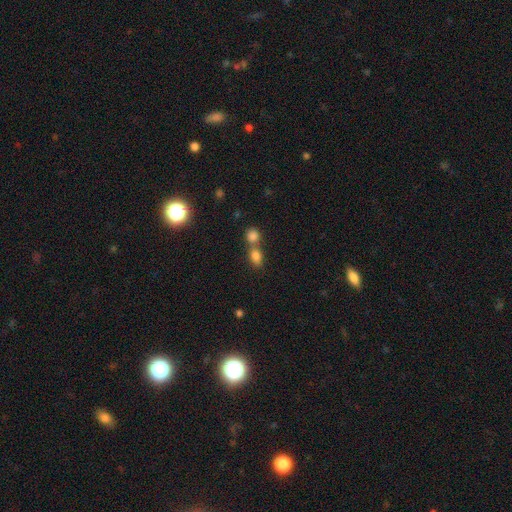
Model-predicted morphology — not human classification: This is clearly a smooth galaxy (80%). How rounded: likely in between (72%). Merging: possibly merger (50%).